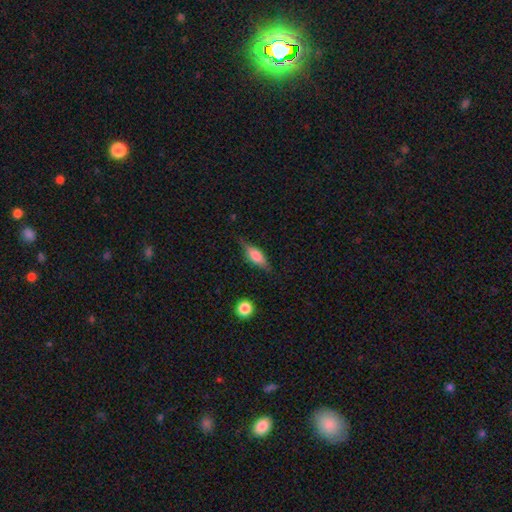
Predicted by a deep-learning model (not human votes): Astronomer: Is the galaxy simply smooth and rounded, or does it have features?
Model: smooth — 58% (runner-up: featured or disk, 35%).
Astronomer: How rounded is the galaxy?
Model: in between — 60% (runner-up: cigar-shaped, 36%).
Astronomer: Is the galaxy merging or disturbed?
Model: none — 74%.